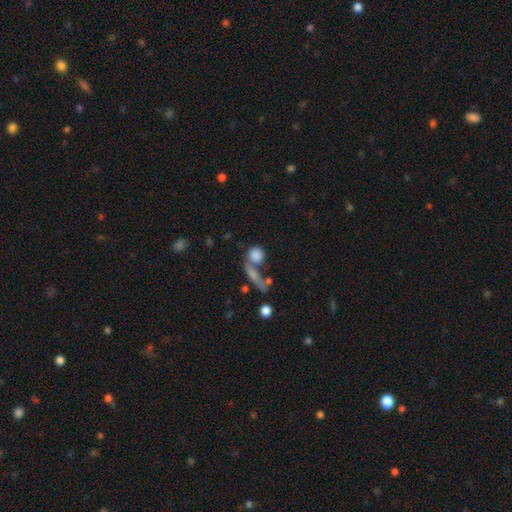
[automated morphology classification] Smooth or featured?
  - smooth: 78% *
  - featured or disk: 13%
  - star or artifact: 9%
How rounded?
  - round: 76% *
  - in between: 17%
  - cigar-shaped: 7%
Merging?
  - none: 45% *
  - merger: 36%
  - minor disturbance: 11%
  - major disturbance: 9%